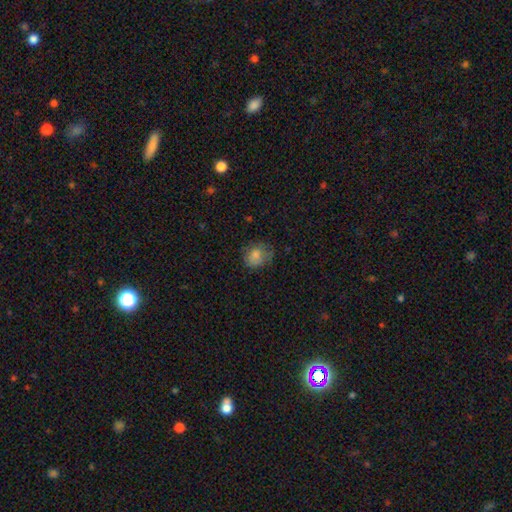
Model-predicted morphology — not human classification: Overall: smooth (79%). How rounded: round (63%; in between 36%). Merging: none (64%; minor disturbance 25%).